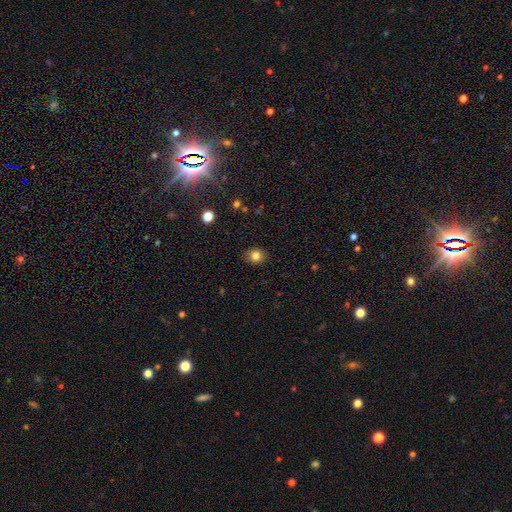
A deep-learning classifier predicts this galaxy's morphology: smooth 82%, star or artifact 11%, featured or disk 7%. Down the decision tree: how rounded — round (58%); merging — none (88%).